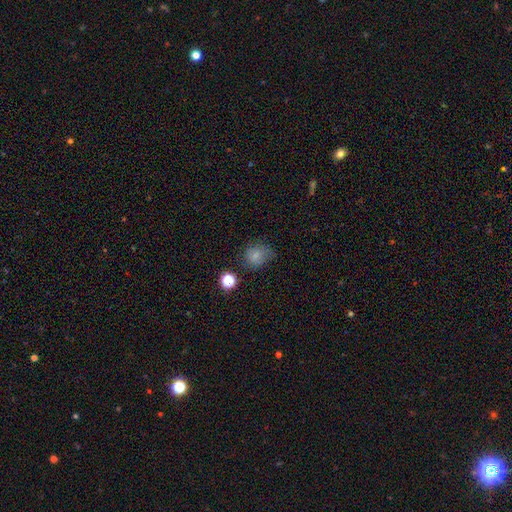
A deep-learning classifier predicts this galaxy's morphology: Smooth or featured? smooth (75%)
How rounded? round (65%)
Merging? none (60%)